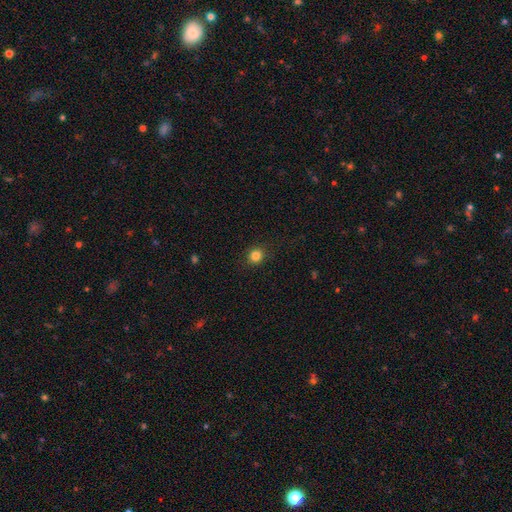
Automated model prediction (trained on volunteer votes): A smooth galaxy with no disk features (83%) that is round (86%). Merging: none (89%).